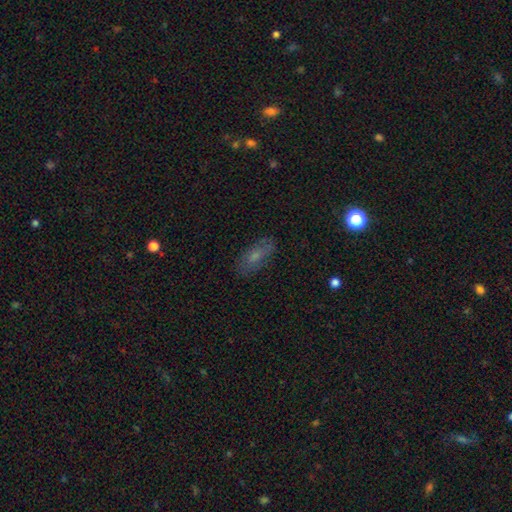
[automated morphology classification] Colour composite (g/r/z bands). It shows a smooth galaxy with no disk features (60%) that is in between round and cigar-shaped (78%). Merging: none (79%).